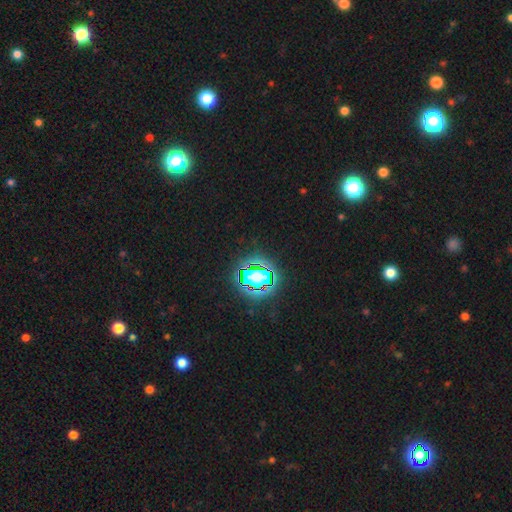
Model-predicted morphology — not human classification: This is likely a star or artifact rather than a galaxy (78%).